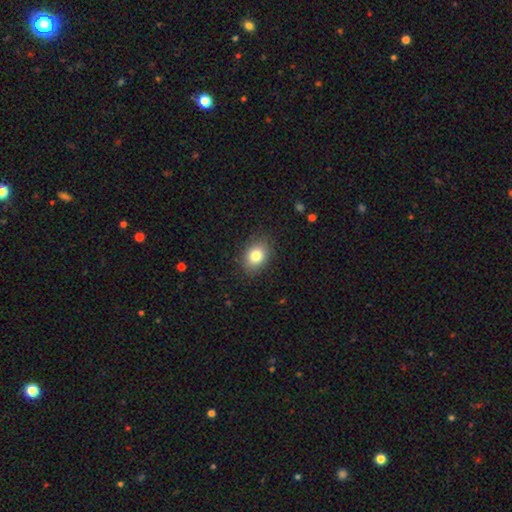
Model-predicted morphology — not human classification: type=smooth (81%); roundness=in between (68%); merging=none (86%).